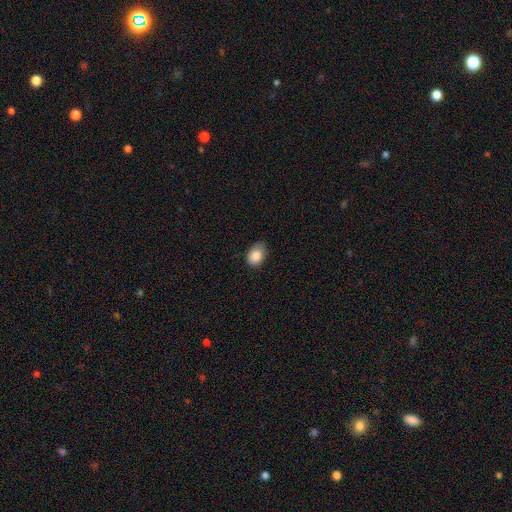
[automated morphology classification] smooth-or-featured: smooth: 86% | star or artifact: 8% | featured or disk: 6%
  how-rounded: in between: 76% | round: 23% | cigar-shaped: 1%
  merging: none: 65% | minor disturbance: 29% | major disturbance: 5% | merger: 1%